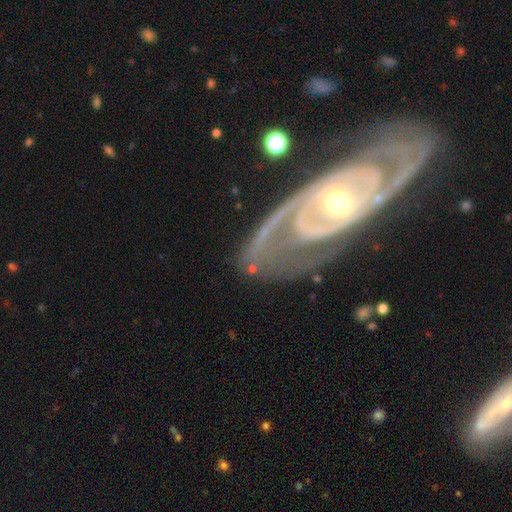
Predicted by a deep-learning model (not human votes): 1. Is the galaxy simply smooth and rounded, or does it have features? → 77% featured or disk, 15% smooth, 8% star or artifact.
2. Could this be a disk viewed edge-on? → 91% no, 9% yes.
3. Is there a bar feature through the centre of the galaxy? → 60% no, 24% weak, 17% strong.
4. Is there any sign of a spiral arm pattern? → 78% yes, 22% no.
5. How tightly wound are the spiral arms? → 50% tight, 34% medium, 16% loose.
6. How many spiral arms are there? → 52% 2, 21% can't tell, 12% 1, 7% 3, 4% 4, 4% more than 4.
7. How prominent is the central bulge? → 62% moderate, 28% small, 7% large, 2% none, 2% dominant.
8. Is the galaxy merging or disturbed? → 55% none, 22% major disturbance, 18% minor disturbance, 5% merger.